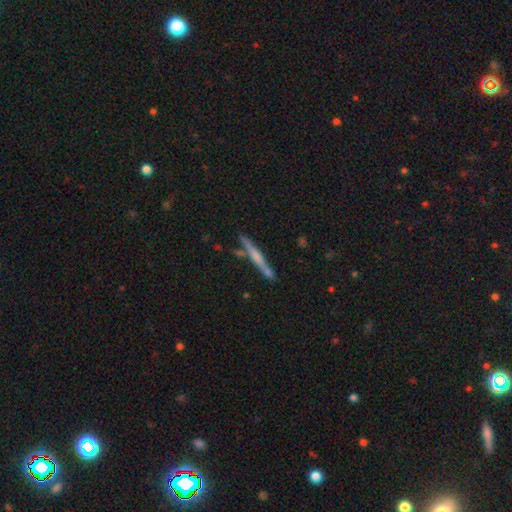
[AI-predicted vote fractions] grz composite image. It shows a featured or disk galaxy (52%) viewed edge-on (96%). Merging: none (74%).